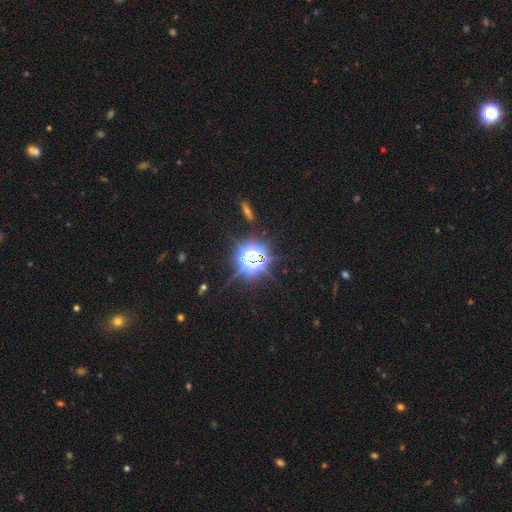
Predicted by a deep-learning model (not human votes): This appears to be a star or artifact, not a galaxy (79%).